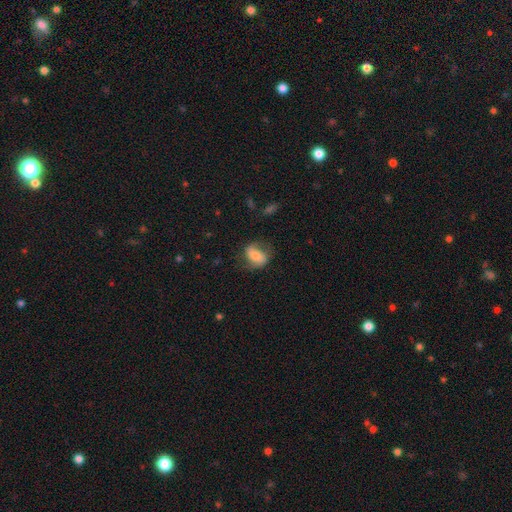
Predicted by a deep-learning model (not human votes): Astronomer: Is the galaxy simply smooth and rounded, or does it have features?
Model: smooth — 55% (runner-up: featured or disk, 38%).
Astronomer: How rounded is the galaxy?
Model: in between — 75%.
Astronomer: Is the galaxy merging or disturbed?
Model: none — 61%.